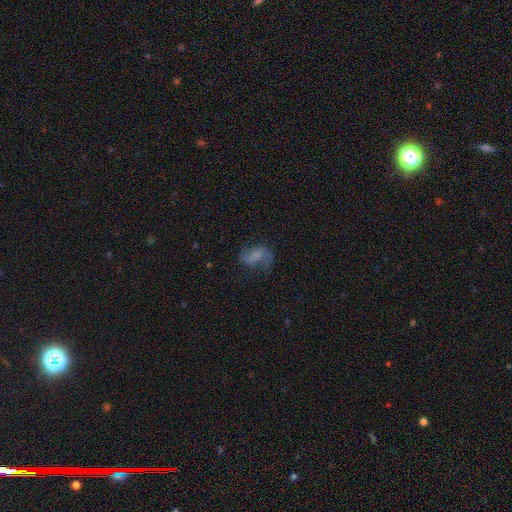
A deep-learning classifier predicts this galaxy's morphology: smooth_or_featured: featured or disk (p=0.50) [alt: smooth p=0.37]
merging: none (p=0.46) [alt: major disturbance p=0.28]